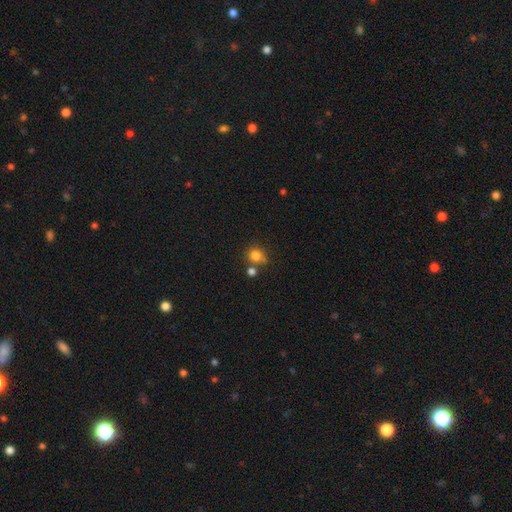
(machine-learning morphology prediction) smooth_or_featured: smooth (p=0.81) [alt: star or artifact p=0.12]
how_rounded: round (p=0.84) [alt: in between p=0.15]
merging: none (p=0.64) [alt: merger p=0.20]